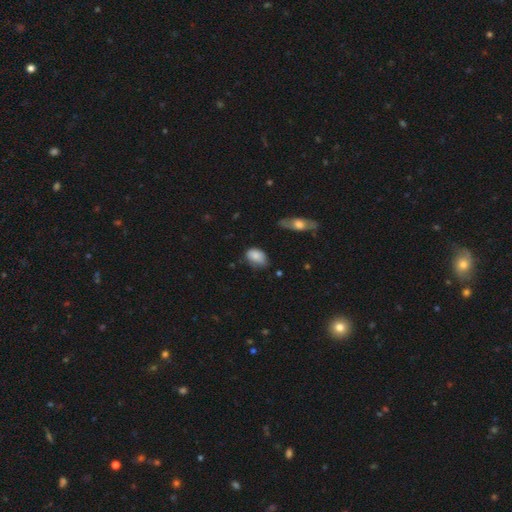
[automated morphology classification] Q: Smooth or featured?
A: smooth (79%); runner-up: featured or disk (13%)
Q: How rounded?
A: in between (87%); runner-up: round (11%)
Q: Merging?
A: none (48%); runner-up: minor disturbance (40%)